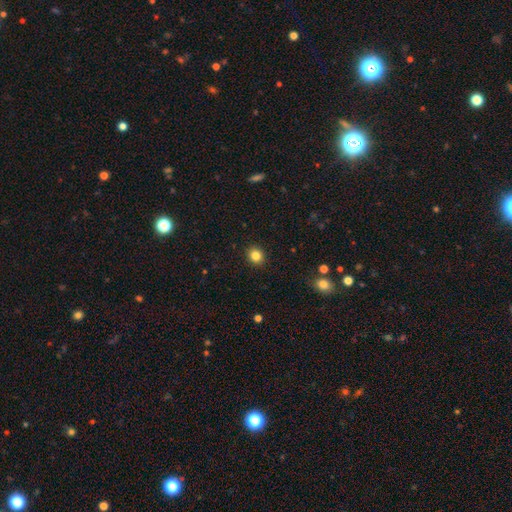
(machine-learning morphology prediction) Smooth or featured? smooth (84%)
How rounded? round (85%)
Merging? none (92%)